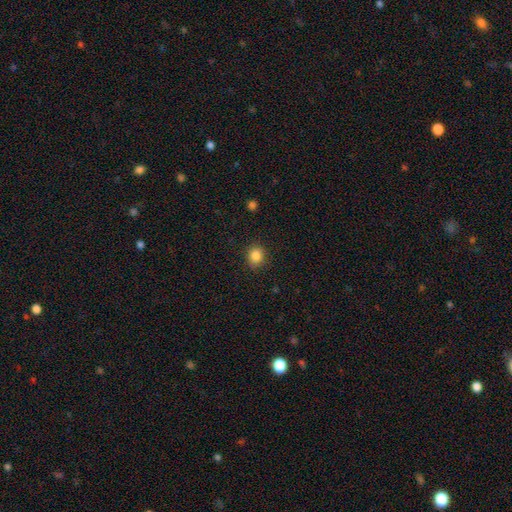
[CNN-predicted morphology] Q: Smooth or featured?
A: smooth (86%); runner-up: star or artifact (10%)
Q: How rounded?
A: round (79%); runner-up: in between (20%)
Q: Merging?
A: none (87%); runner-up: minor disturbance (9%)